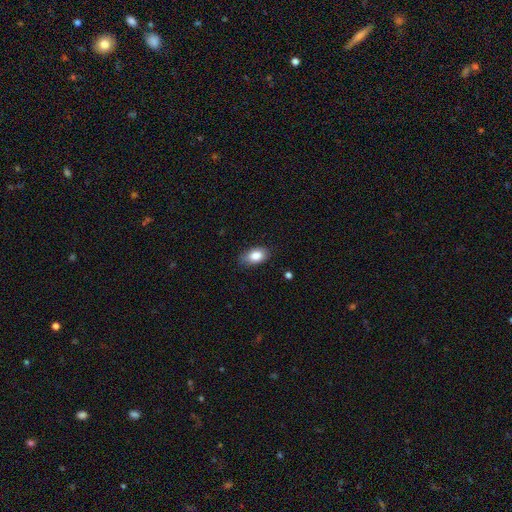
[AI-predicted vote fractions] A smooth galaxy with no disk features (85%) that is in between round and cigar-shaped (88%). Merging: none (76%).